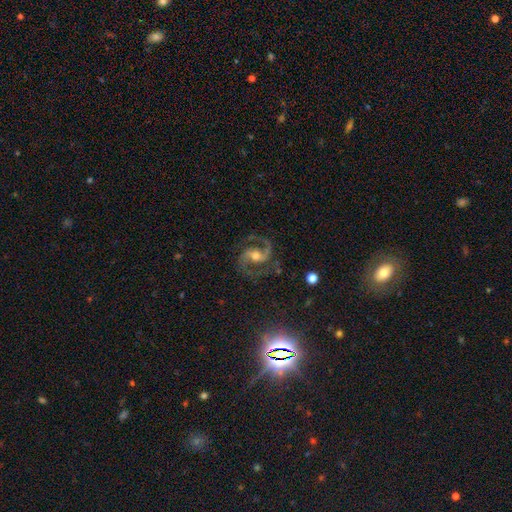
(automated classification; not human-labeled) Morphology: type=featured or disk (91%); edge-on=no (98%); bar=weak (42%); spiral arms=yes (98%); winding=medium (66%); arm count=2 (94%); bulge=moderate (69%); merging=none (81%).